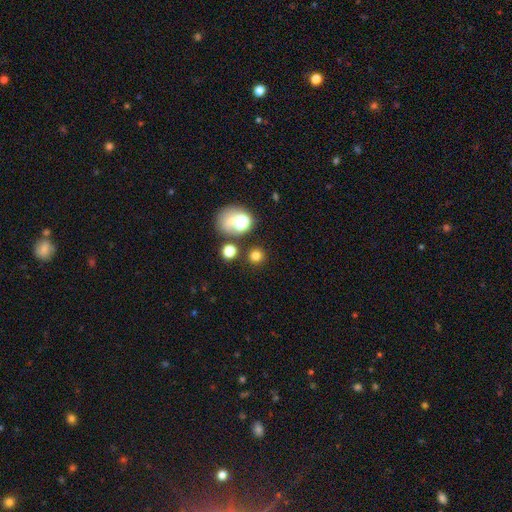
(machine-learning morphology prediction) A smooth galaxy with no disk features (75%) that is round (92%).

Vote fractions:
- Smooth or featured? smooth: 75% / star or artifact: 19% / featured or disk: 6%
- How rounded? round: 92% / in between: 7% / cigar-shaped: 1%
- Merging? none: 84% / merger: 7% / minor disturbance: 6% / major disturbance: 3%